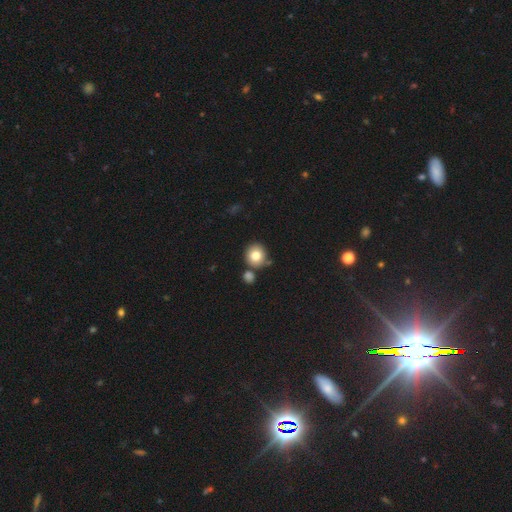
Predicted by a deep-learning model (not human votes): smooth 80%, featured or disk 10%, star or artifact 10%. Down the decision tree: how rounded — round (87%); merging — none (68%).